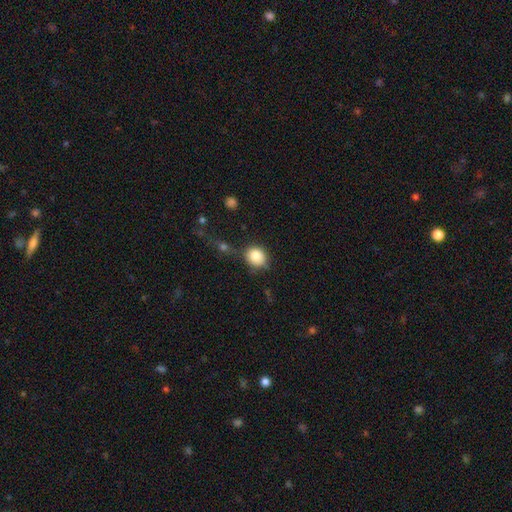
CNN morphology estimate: This is clearly a smooth galaxy (84%). How rounded: likely round (73%). Merging: likely none (70%).